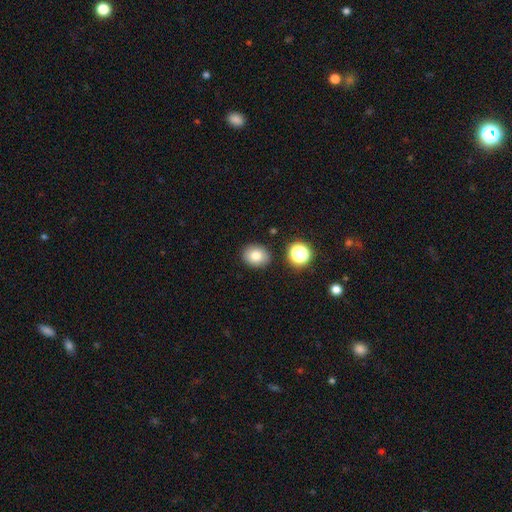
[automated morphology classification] Smooth or featured? Predicted: smooth (p=0.79). How rounded? Predicted: round (p=0.52). Merging? Predicted: none (p=0.87).